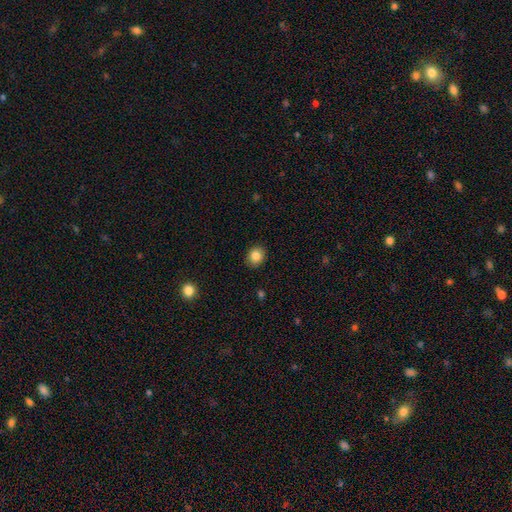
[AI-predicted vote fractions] Overall: smooth (85%). How rounded: round (65%; in between 34%). Merging: none (90%).